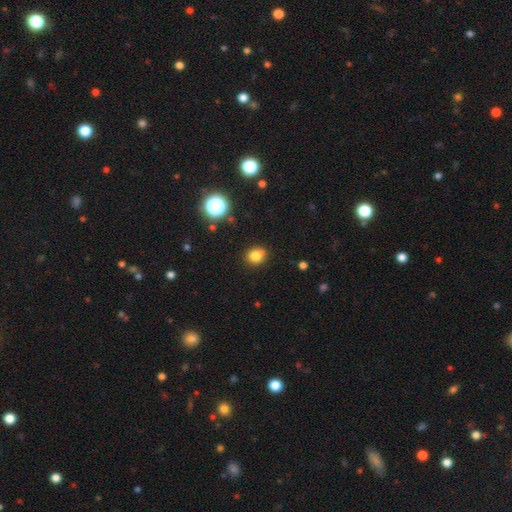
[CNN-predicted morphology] This is clearly a smooth galaxy (81%). How rounded: likely round (63%). Merging: clearly none (82%).